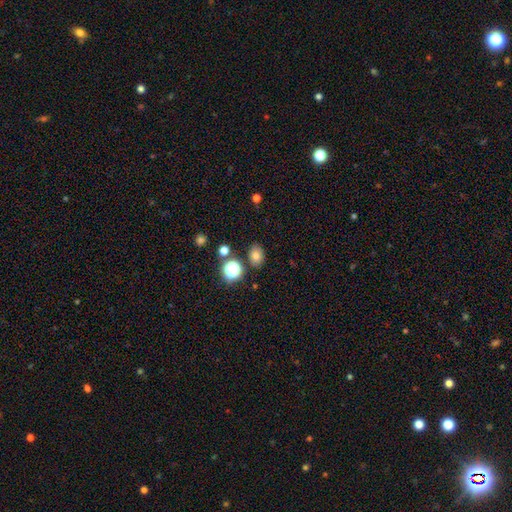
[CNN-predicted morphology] Smooth or featured?
  - smooth: 73% *
  - star or artifact: 18%
  - featured or disk: 9%
How rounded?
  - in between: 65% *
  - round: 34%
  - cigar-shaped: 1%
Merging?
  - none: 81% *
  - minor disturbance: 10%
  - merger: 5%
  - major disturbance: 3%